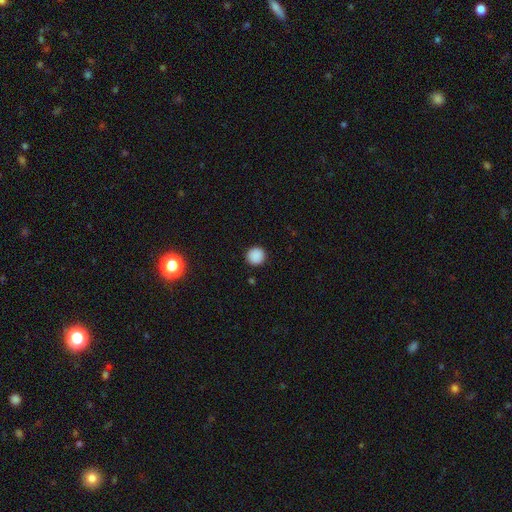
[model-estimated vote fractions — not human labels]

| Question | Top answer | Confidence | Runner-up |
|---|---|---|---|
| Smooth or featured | smooth | 88% | star or artifact (10%) |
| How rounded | round | 95% | in between (4%) |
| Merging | none | 92% | minor disturbance (5%) |